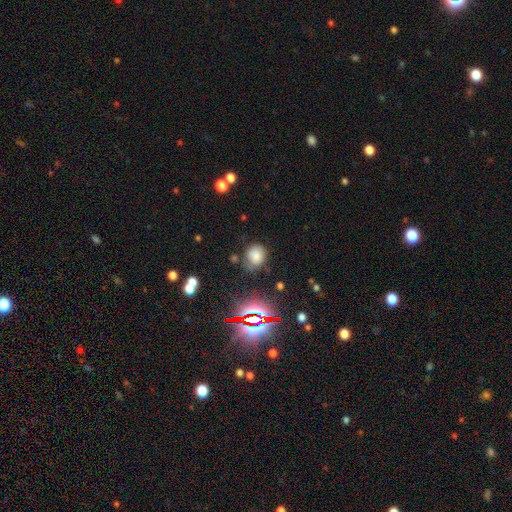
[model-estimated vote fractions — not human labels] Overall: smooth (71%). How rounded: round (69%; in between 30%). Merging: none (66%).